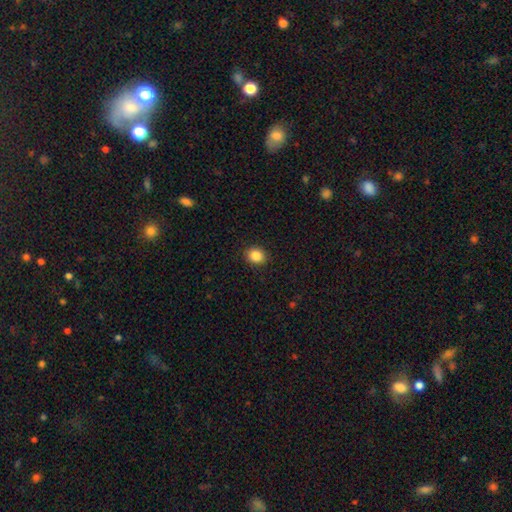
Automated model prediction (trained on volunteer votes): smooth-or-featured: smooth: 86% | star or artifact: 10% | featured or disk: 4%
  how-rounded: round: 68% | in between: 31% | cigar-shaped: 1%
  merging: none: 90% | minor disturbance: 7% | major disturbance: 2% | merger: 1%